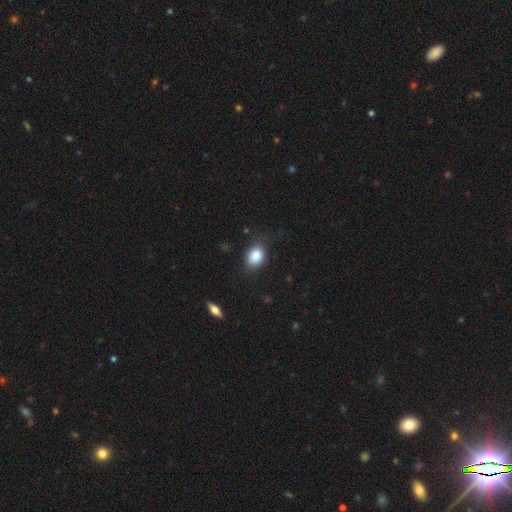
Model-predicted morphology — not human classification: Smooth or featured? smooth (84%)
How rounded? in between (53%)
Merging? none (70%)